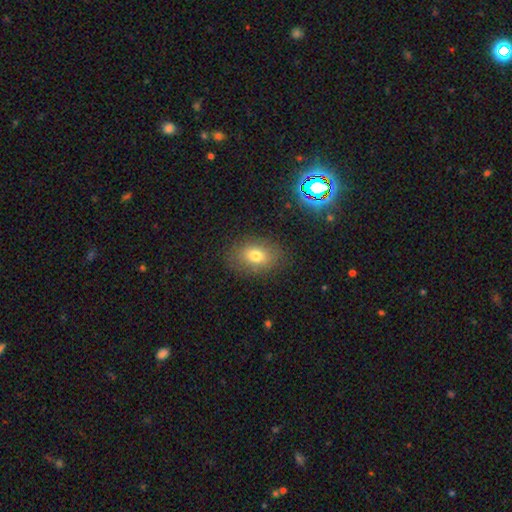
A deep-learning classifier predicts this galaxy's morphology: Smooth or featured: smooth — 75% (featured or disk — 14%)
How rounded: in between — 77% (round — 22%)
Merging: none — 83% (minor disturbance — 12%)